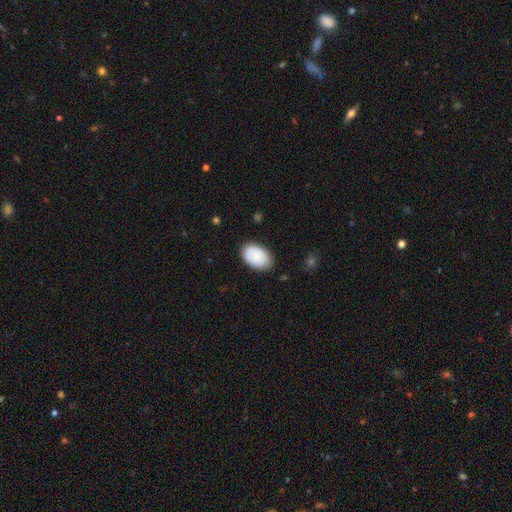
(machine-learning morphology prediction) type=smooth (76%); roundness=in between (91%); merging=none (79%).